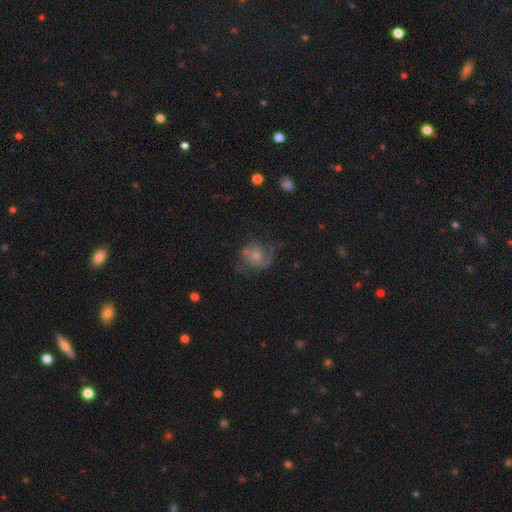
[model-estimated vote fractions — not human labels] smooth-or-featured: featured or disk: 63% | smooth: 28% | star or artifact: 8%
  disk-edge-on: no: 98% | yes: 2%
    bar: no: 76% | weak: 21% | strong: 3%
    has-spiral-arms: yes: 81% | no: 19%
      spiral-winding: medium: 43% | loose: 32% | tight: 25%
      spiral-arm-count: 1: 40% (tied) | 2: 40% (tied) | can't tell: 14% | 3: 3% | 4: 2% | more than 4: 2%
    bulge-size: moderate: 47% | small: 40% | none: 6% | large: 6% | dominant: 2%
  merging: none: 47% | major disturbance: 26% | minor disturbance: 22% | merger: 5%